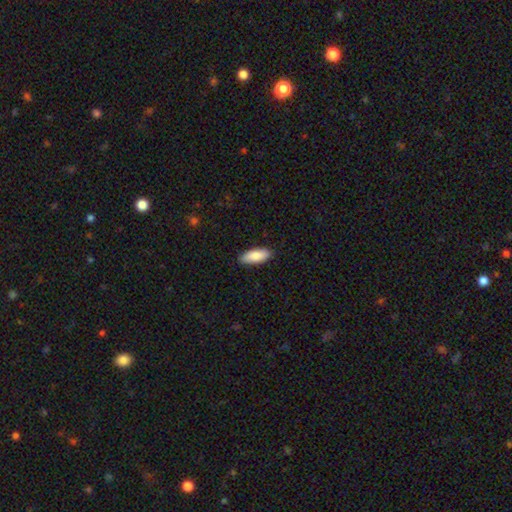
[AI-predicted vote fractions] Smooth or featured? Predicted: smooth (p=0.86). How rounded? Predicted: in between (p=0.78). Merging? Predicted: none (p=0.89).